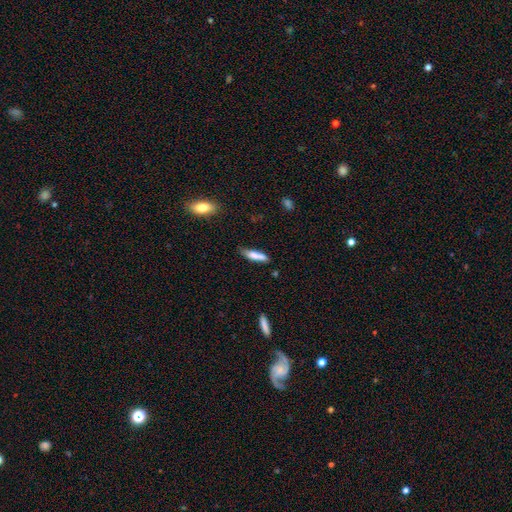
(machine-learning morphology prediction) A smooth galaxy with no disk features (76%) that is cigar-shaped (72%).

Vote fractions:
- Smooth or featured? smooth: 76% / featured or disk: 17% / star or artifact: 7%
- How rounded? cigar-shaped: 72% / in between: 27% / round: 2%
- Merging? none: 63% / minor disturbance: 23% / merger: 8% / major disturbance: 6%